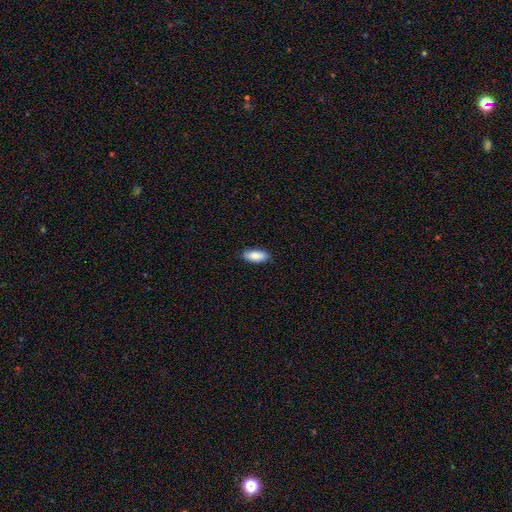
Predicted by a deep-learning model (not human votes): Smooth or featured? smooth (88%)
How rounded? in between (85%)
Merging? none (87%)